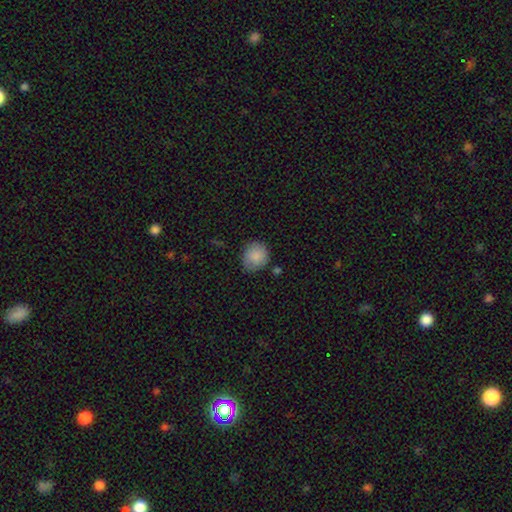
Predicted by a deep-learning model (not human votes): Smooth or featured? smooth (87%)
How rounded? round (80%)
Merging? none (74%)